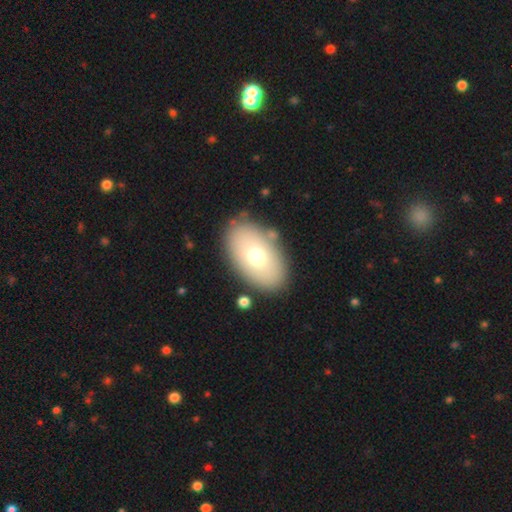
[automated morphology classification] Smooth or featured?
  - smooth: 69% *
  - featured or disk: 24%
  - star or artifact: 7%
How rounded?
  - in between: 92% *
  - round: 7%
  - cigar-shaped: 1%
Merging?
  - none: 84% *
  - minor disturbance: 9%
  - merger: 3%
  - major disturbance: 3%